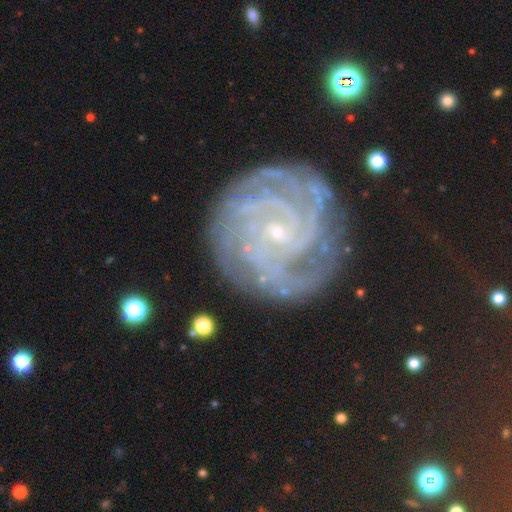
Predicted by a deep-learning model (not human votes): smooth-or-featured: featured or disk: 86% | star or artifact: 8% | smooth: 5%
  disk-edge-on: no: 98% | yes: 2%
    bar: no: 65% | weak: 25% | strong: 10%
    has-spiral-arms: yes: 98% | no: 2%
      spiral-winding: tight: 83% | medium: 15% | loose: 2%
      spiral-arm-count: 4: 24% | 3: 20% | can't tell: 19% | more than 4: 14% | 2: 13% | 1: 10%
    bulge-size: small: 84% | moderate: 11% | none: 2% | large: 1% | dominant: 1%
  merging: none: 80% | minor disturbance: 14% | major disturbance: 5% | merger: 1%